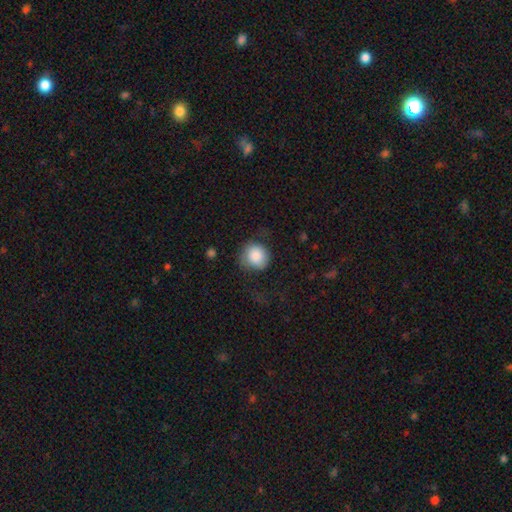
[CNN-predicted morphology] smooth-or-featured: smooth: 85% | featured or disk: 8% | star or artifact: 7%
  how-rounded: round: 85% | in between: 14% | cigar-shaped: 1%
  merging: none: 60% | minor disturbance: 23% | major disturbance: 15% | merger: 2%